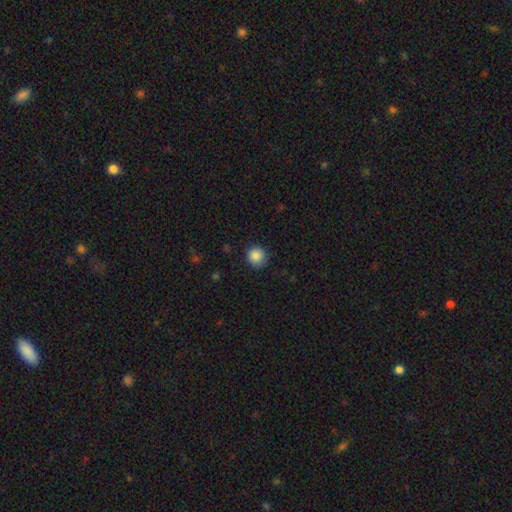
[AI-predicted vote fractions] This is clearly a smooth galaxy (87%). How rounded: clearly round (93%). Merging: clearly none (85%).